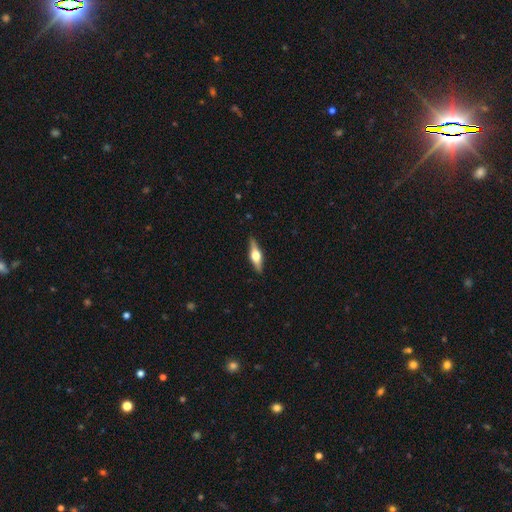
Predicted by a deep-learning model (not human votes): Overall: featured or disk (70%). Edge-on disk: yes (97%). Edge-on bulge: rounded (94%). Merging: none (89%).